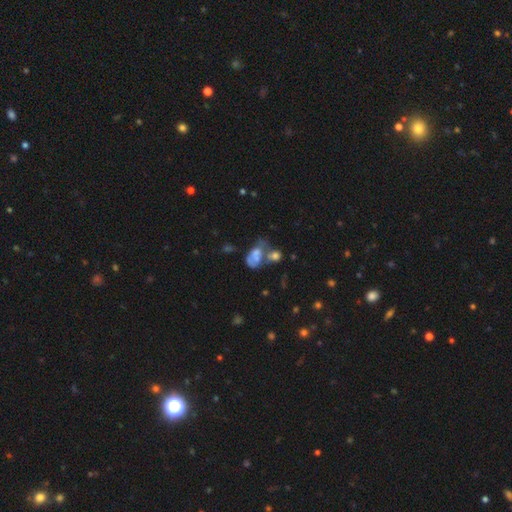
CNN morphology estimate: Q: Smooth or featured?
A: smooth (49%); runner-up: featured or disk (38%)
Q: Merging?
A: merger (50%); runner-up: none (18%)